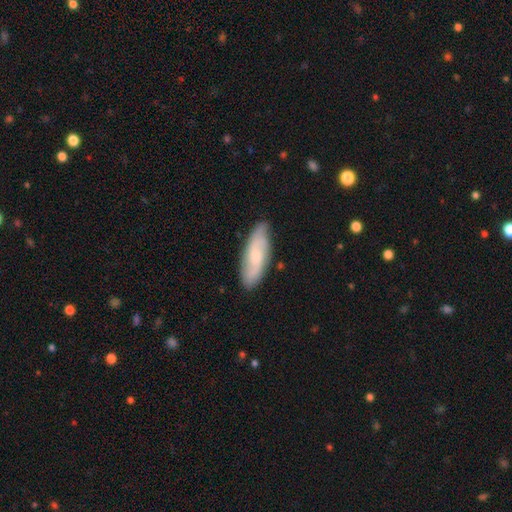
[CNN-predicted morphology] Smooth or featured: featured or disk — 48% (smooth — 46%)
Merging: none — 81% (minor disturbance — 15%)